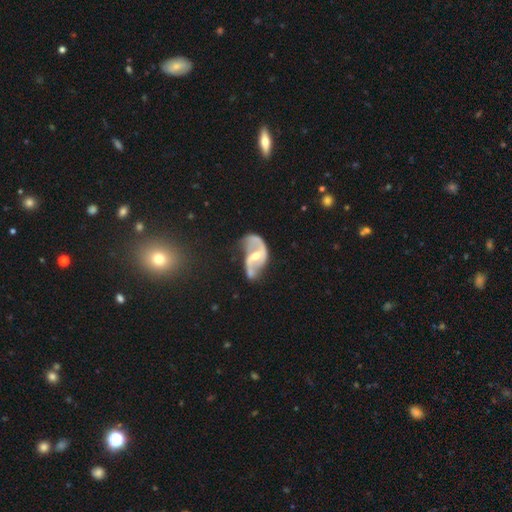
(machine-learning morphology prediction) The model was most divided on "merging": none: 39%, minor disturbance: 27%, major disturbance: 26%, merger: 8%. Remaining: edge-on disk — no (97%); spiral arms — yes (90%); smooth or featured — featured or disk (86%); spiral arm count — 2 (86%); bulge size — moderate (62%); spiral winding — loose (50%); bar — weak (46%).